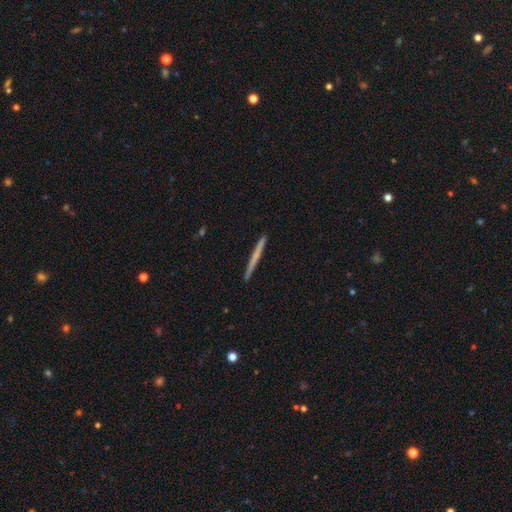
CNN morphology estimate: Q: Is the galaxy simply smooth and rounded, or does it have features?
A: featured or disk — 47%, tied with smooth.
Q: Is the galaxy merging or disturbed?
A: none — 92%.